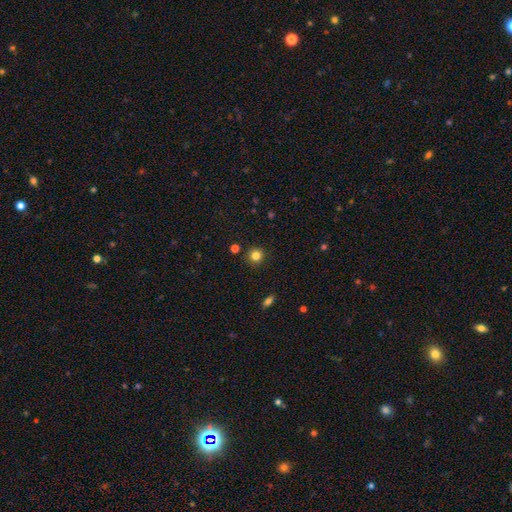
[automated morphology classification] Overall: smooth (83%). How rounded: round (93%). Merging: none (90%).